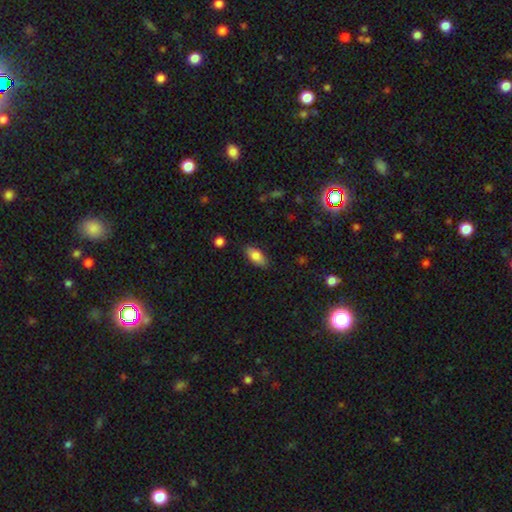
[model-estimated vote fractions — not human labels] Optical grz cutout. It shows a smooth galaxy with no disk features (79%) that is in between round and cigar-shaped (86%). Merging: none (85%).